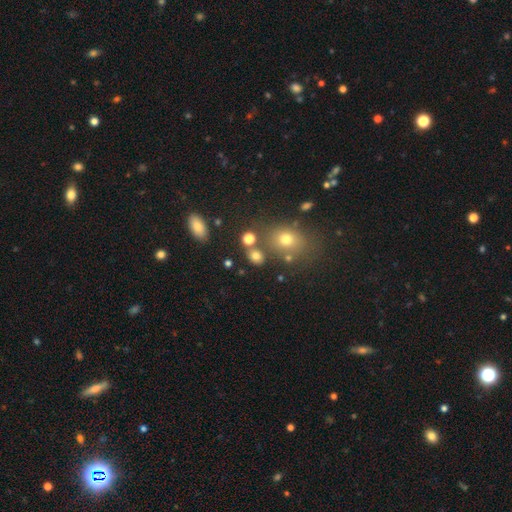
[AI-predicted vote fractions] Overall: smooth (74%). How rounded: round (53%; in between 45%). Merging: none (67%).